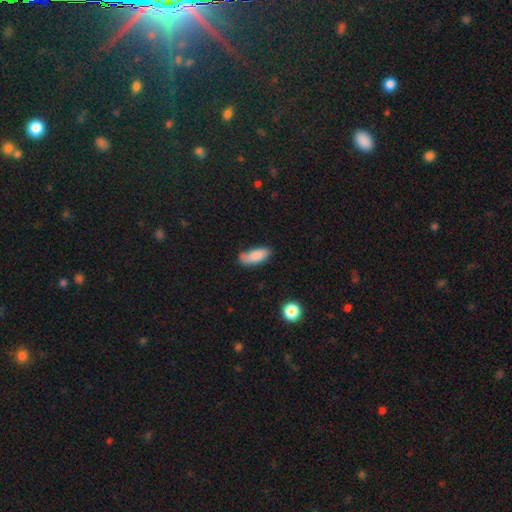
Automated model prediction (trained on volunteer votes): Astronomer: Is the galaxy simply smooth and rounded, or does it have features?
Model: smooth — 84%.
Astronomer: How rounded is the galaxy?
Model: in between — 79%.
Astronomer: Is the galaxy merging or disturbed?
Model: none — 66%.